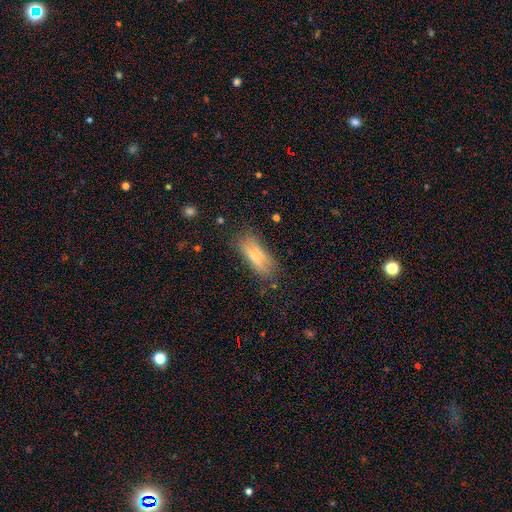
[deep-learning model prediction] smooth 65%, featured or disk 24%, star or artifact 11%. Down the decision tree: how rounded — in between (68%); merging — none (74%).